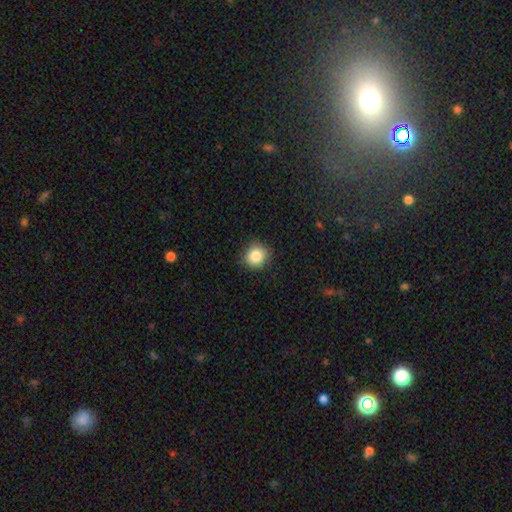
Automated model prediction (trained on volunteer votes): This is clearly a smooth galaxy (84%). How rounded: clearly round (88%). Merging: clearly none (86%).